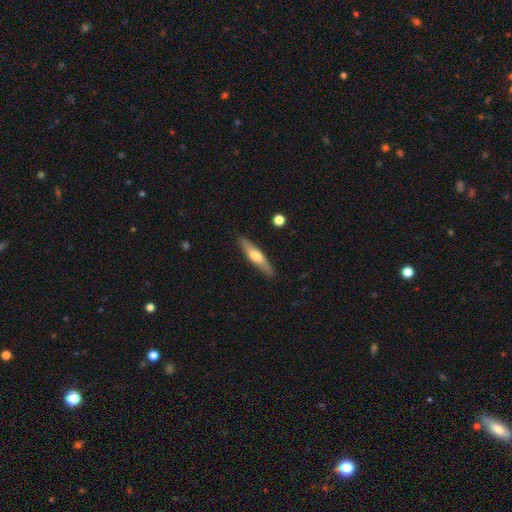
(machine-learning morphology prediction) type=smooth (51%); roundness=cigar-shaped (80%); merging=none (88%).